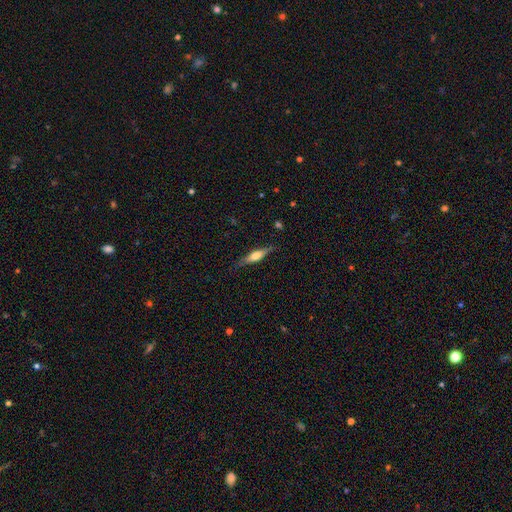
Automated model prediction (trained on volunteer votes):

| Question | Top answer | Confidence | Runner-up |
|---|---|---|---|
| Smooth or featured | featured or disk | 53% | smooth (41%) |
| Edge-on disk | yes | 94% | no (6%) |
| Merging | none | 83% | minor disturbance (13%) |